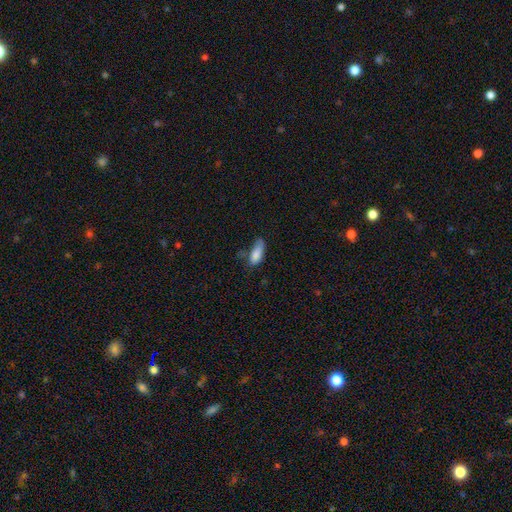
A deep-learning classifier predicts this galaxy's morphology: This appears to be a smooth galaxy with no disk features (82%) that is in between round and cigar-shaped (75%). Merging: none (42%).